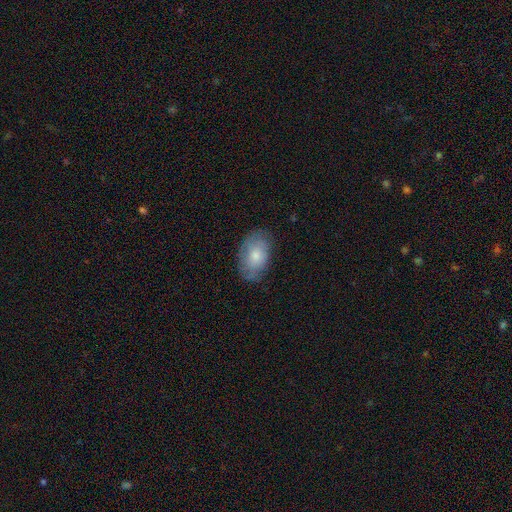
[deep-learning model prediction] Smooth or featured: smooth — 73% (featured or disk — 21%)
How rounded: in between — 90% (round — 9%)
Merging: none — 73% (minor disturbance — 20%)